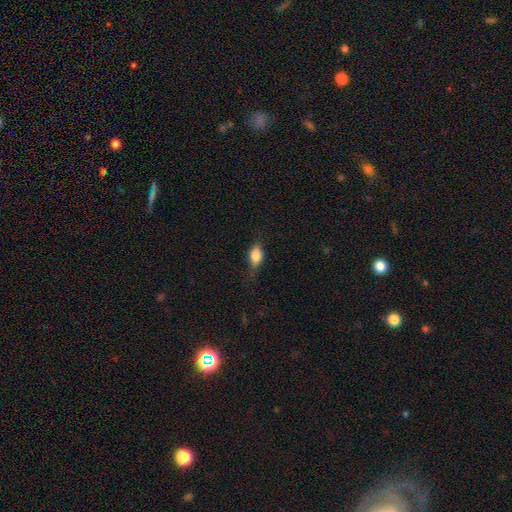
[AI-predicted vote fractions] smooth-or-featured: smooth: 72% | featured or disk: 20% | star or artifact: 8%
  how-rounded: in between: 78% | round: 14% | cigar-shaped: 8%
  merging: none: 69% | minor disturbance: 23% | major disturbance: 7% | merger: 1%